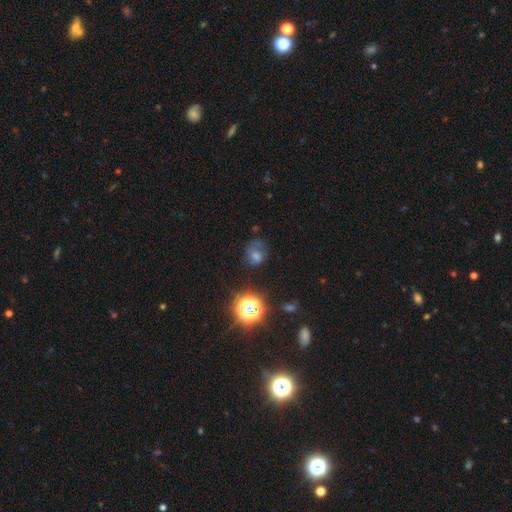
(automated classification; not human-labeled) Smooth or featured?
  - smooth: 44% *
  - star or artifact: 34%
  - featured or disk: 22%
Merging?
  - none: 53% *
  - minor disturbance: 22%
  - major disturbance: 19%
  - merger: 6%